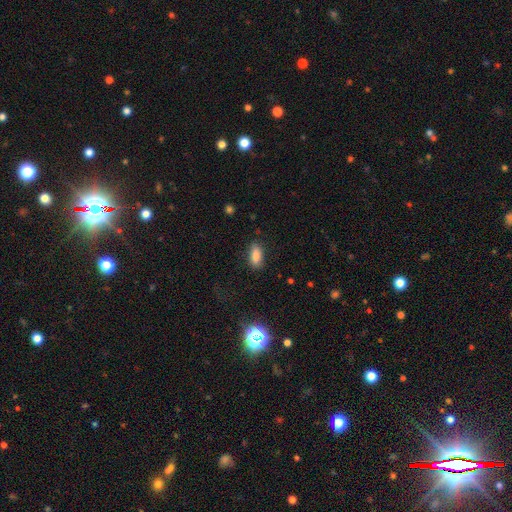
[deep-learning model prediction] smooth_or_featured: smooth (p=0.84) [alt: star or artifact p=0.09]
how_rounded: in between (p=0.85) [alt: cigar-shaped p=0.12]
merging: none (p=0.81) [alt: minor disturbance p=0.14]